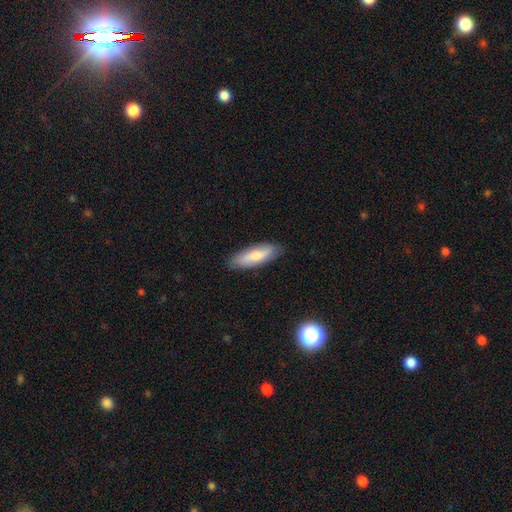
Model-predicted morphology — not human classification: smooth-or-featured: smooth: 67% | featured or disk: 27% | star or artifact: 6%
  how-rounded: in between: 60% | cigar-shaped: 38% | round: 2%
  merging: none: 85% | minor disturbance: 12% | major disturbance: 2% | merger: 1%